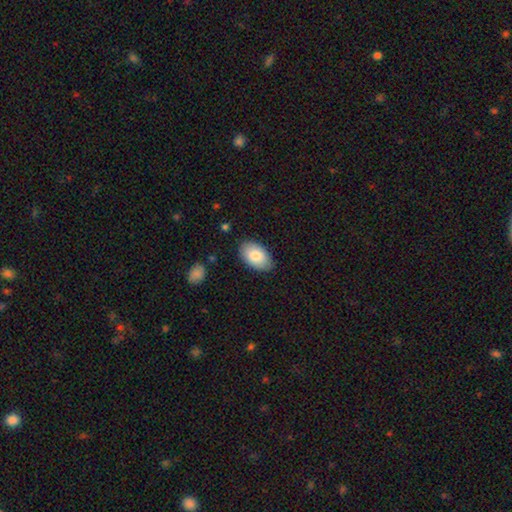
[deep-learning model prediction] smooth-or-featured: smooth: 82% | featured or disk: 12% | star or artifact: 6%
  how-rounded: in between: 94% | round: 5% | cigar-shaped: 1%
  merging: none: 82% | minor disturbance: 14% | major disturbance: 2% | merger: 1%